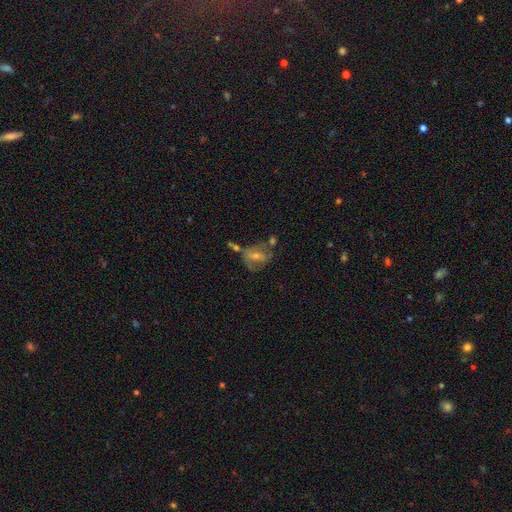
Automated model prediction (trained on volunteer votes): Smooth or featured?
  - featured or disk: 58% *
  - smooth: 28%
  - star or artifact: 14%
Edge-on disk?
  - no: 94% *
  - yes: 6%
Bar?
  - no: 42% *
  - weak: 41%
  - strong: 17%
Spiral arms?
  - yes: 60% *
  - no: 40%
Bulge size?
  - moderate: 48% *
  - small: 44%
  - none: 3%
  - large: 3%
  - dominant: 1%
Merging?
  - none: 47% *
  - minor disturbance: 20%
  - merger: 17%
  - major disturbance: 15%